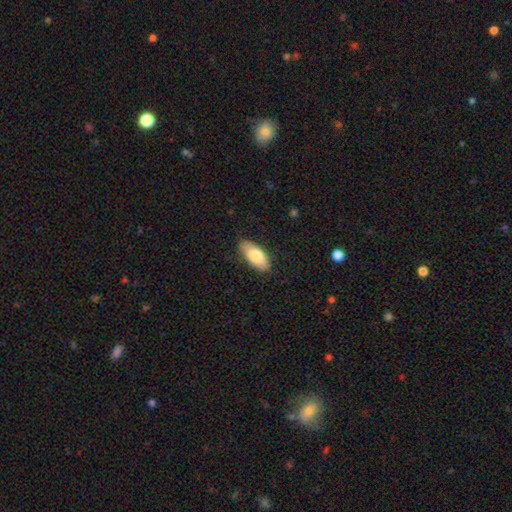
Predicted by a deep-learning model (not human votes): smooth-or-featured: smooth: 80% | featured or disk: 14% | star or artifact: 6%
  how-rounded: in between: 88% | cigar-shaped: 10% | round: 2%
  merging: none: 83% | minor disturbance: 13% | major disturbance: 2% | merger: 1%